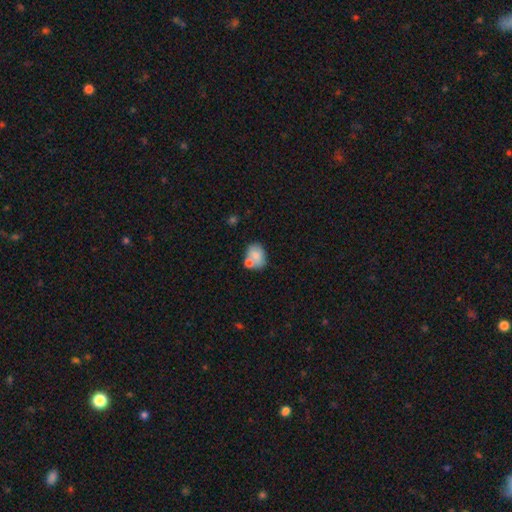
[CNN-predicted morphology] smooth-or-featured: smooth: 75% | featured or disk: 17% | star or artifact: 8%
  how-rounded: in between: 60% | round: 39% | cigar-shaped: 1%
  merging: none: 49% | merger: 29% | minor disturbance: 16% | major disturbance: 5%